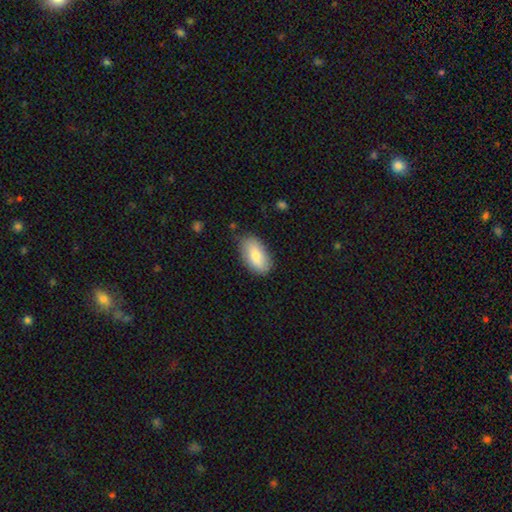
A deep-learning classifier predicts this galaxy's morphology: smooth-or-featured: smooth: 81% | featured or disk: 13% | star or artifact: 6%
  how-rounded: in between: 93% | round: 3% | cigar-shaped: 3%
  merging: none: 79% | minor disturbance: 16% | major disturbance: 3% | merger: 2%